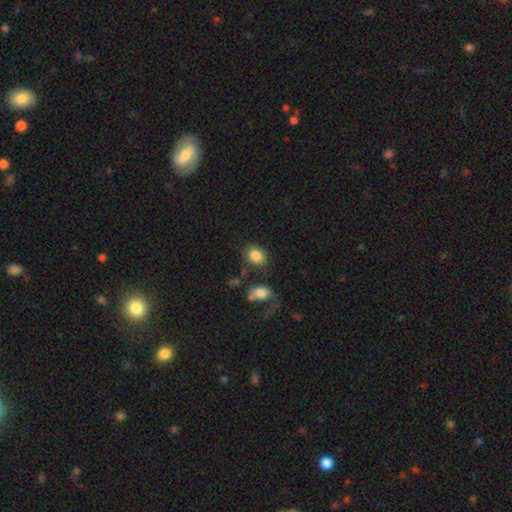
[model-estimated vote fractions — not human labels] smooth_or_featured: smooth (p=0.85) [alt: star or artifact p=0.08]
how_rounded: in between (p=0.62) [alt: round p=0.37]
merging: none (p=0.72) [alt: minor disturbance p=0.13]